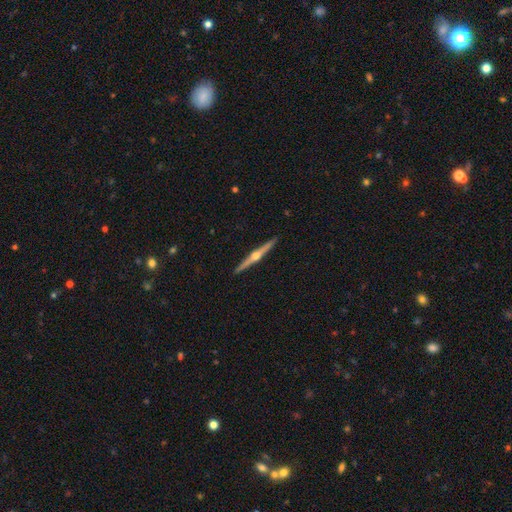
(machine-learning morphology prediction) featured or disk 84%, smooth 11%, star or artifact 5%. Down the decision tree: edge-on disk — yes (99%); edge-on bulge — rounded (96%); merging — none (93%).